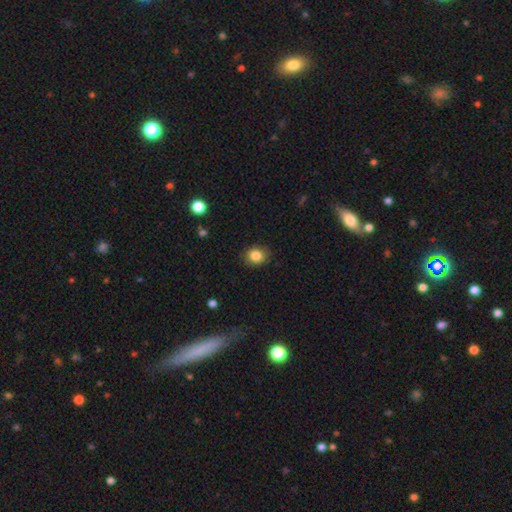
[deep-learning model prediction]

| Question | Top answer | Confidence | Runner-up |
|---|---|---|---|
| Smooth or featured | smooth | 85% | star or artifact (9%) |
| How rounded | round | 61% | in between (38%) |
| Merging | none | 83% | minor disturbance (13%) |